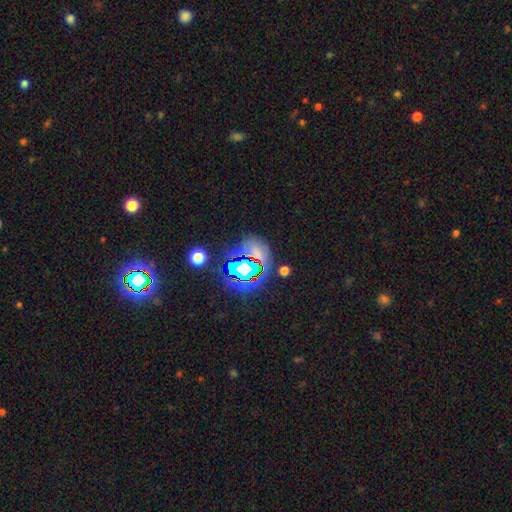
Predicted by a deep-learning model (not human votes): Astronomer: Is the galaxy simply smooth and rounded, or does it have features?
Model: star or artifact — 53% (runner-up: smooth, 31%).